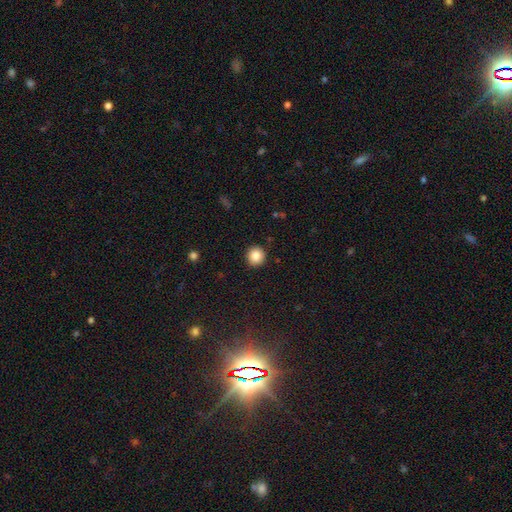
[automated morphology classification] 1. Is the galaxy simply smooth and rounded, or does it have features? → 85% smooth, 10% star or artifact, 5% featured or disk.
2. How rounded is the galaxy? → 94% round, 5% in between, 1% cigar-shaped.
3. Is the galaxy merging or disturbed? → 92% none, 5% minor disturbance, 2% major disturbance, 1% merger.